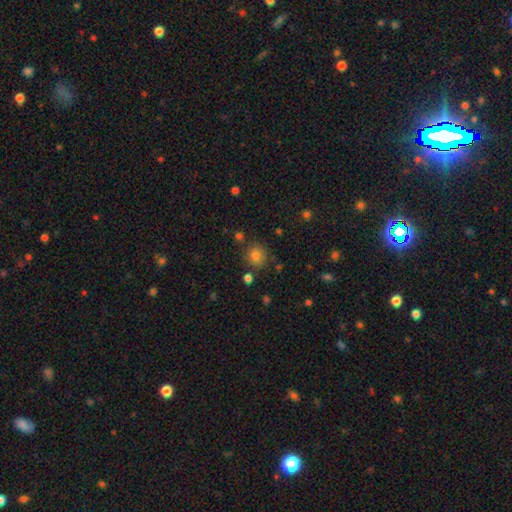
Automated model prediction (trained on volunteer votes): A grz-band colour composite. It shows a smooth galaxy with no disk features (79%) that is round (86%). Merging: none (83%).